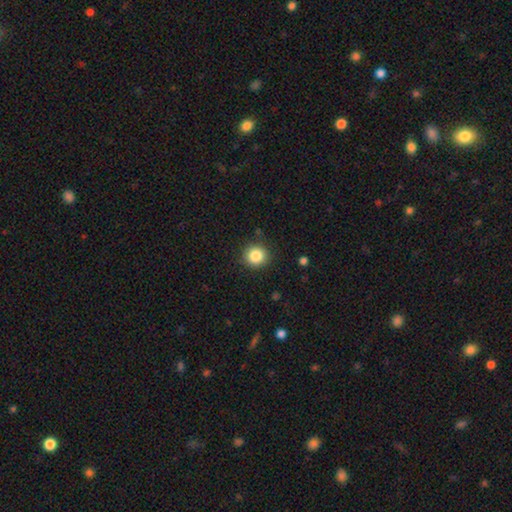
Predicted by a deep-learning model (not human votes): Overall: smooth (85%). How rounded: round (91%). Merging: none (89%).